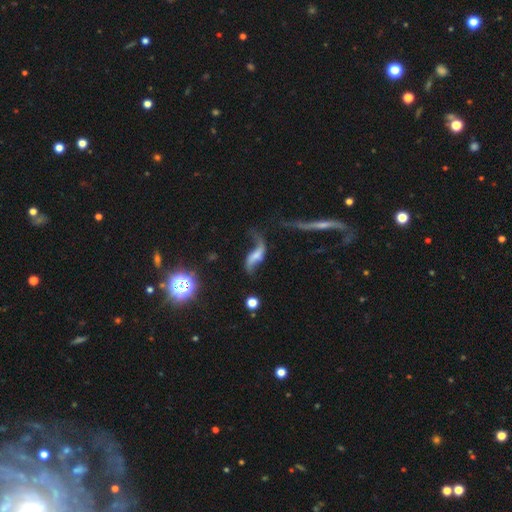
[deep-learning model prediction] This appears to be a featured or disk galaxy (78%) with no bar (45%), 2 (90%) loose (93%) spiral arms (92%) and no central bulge (35%). Merging: none (52%).